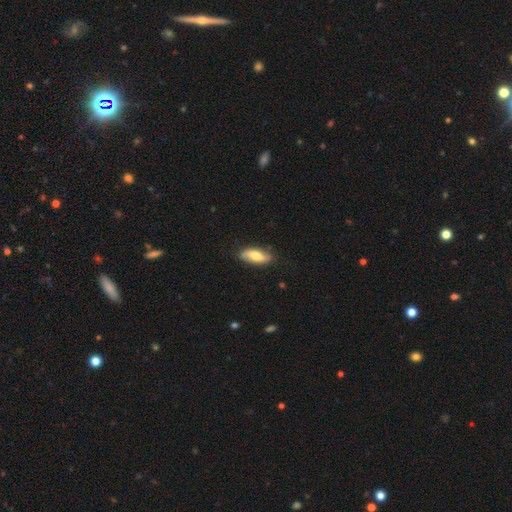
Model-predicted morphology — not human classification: Smooth or featured? Predicted: smooth (p=0.54). How rounded? Predicted: in between (p=0.78). Merging? Predicted: none (p=0.81).